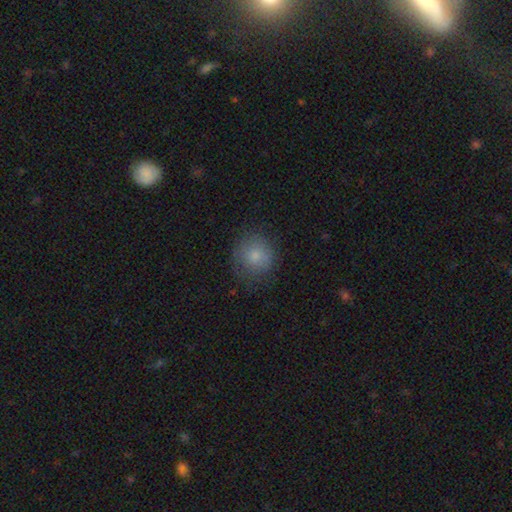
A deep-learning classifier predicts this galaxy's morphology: A smooth galaxy with no disk features (80%) that is round (90%). Merging: none (75%).